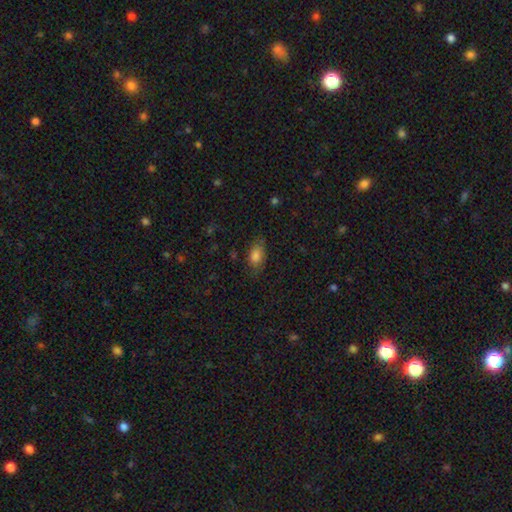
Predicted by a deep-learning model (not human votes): The model was most divided on "merging": none: 73%, minor disturbance: 20%, major disturbance: 6%, merger: 1%. More confident: how rounded — in between (85%); smooth or featured — smooth (82%).